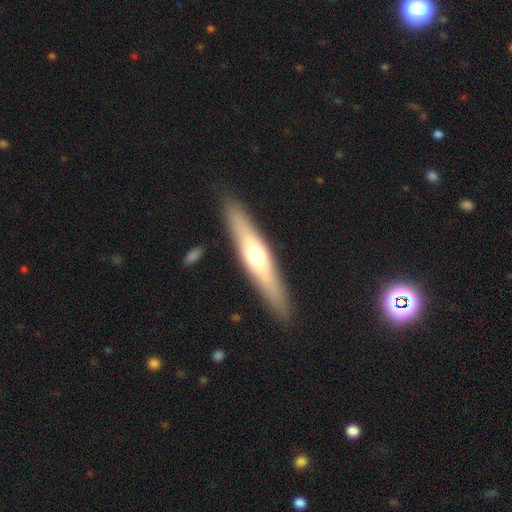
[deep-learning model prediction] Morphology: type=featured or disk (52%); edge-on=yes (87%); merging=none (89%).